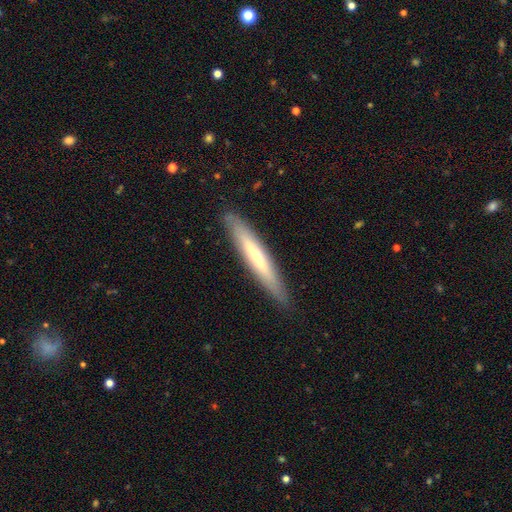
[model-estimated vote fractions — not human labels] Morphology: type=smooth (49%); merging=none (89%).